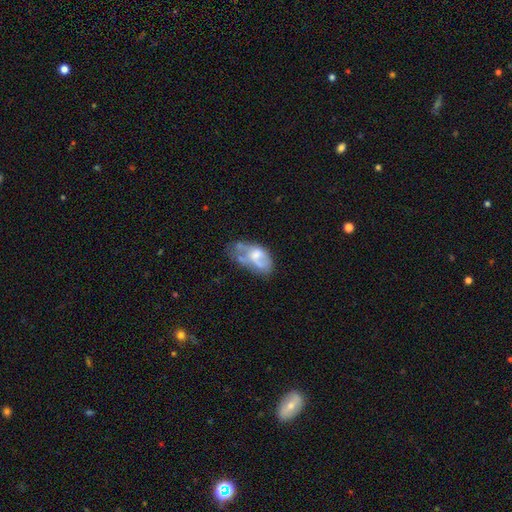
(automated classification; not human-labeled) featured or disk 49%, smooth 43%, star or artifact 9%. Down the decision tree: merging — none (31%).